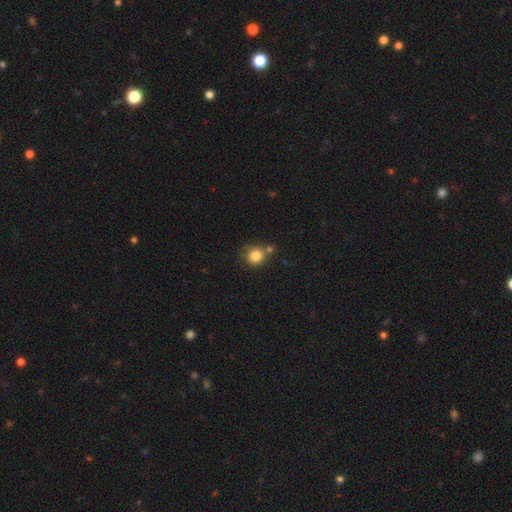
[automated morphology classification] The model was most divided on "merging": none: 63%, merger: 19%, minor disturbance: 14%, major disturbance: 4%. More confident: how rounded — round (88%); smooth or featured — smooth (83%).